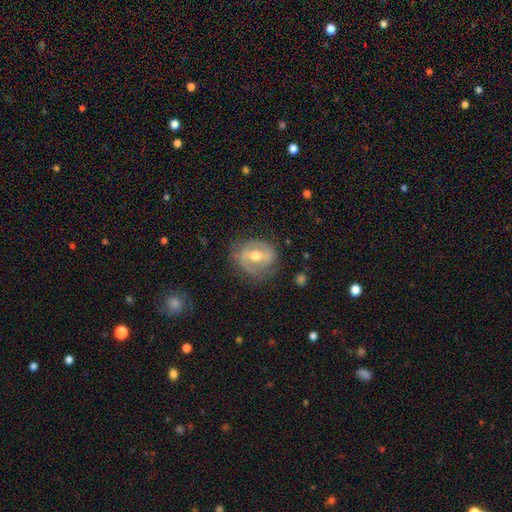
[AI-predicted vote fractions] A featured or disk galaxy (73%) with a weak bar (44%), 2 (75%) medium (42%) spiral arms (74%) and a moderate central bulge (74%).

Vote fractions:
- Smooth or featured? featured or disk: 73% / smooth: 21% / star or artifact: 6%
- Edge-on disk? no: 96% / yes: 4%
- Bar? weak: 44% / strong: 35% / no: 21%
- Spiral arms? yes: 74% / no: 26%
- Spiral winding? medium: 42% / tight: 40% / loose: 19%
- Spiral arm count? 2: 75% / can't tell: 13% / 1: 7% / 3: 2% / 4: 1% / more than 4: 1%
- Bulge size? moderate: 74% / small: 18% / large: 6% / none: 1% / dominant: 1%
- Merging? none: 73% / minor disturbance: 18% / major disturbance: 8% / merger: 1%